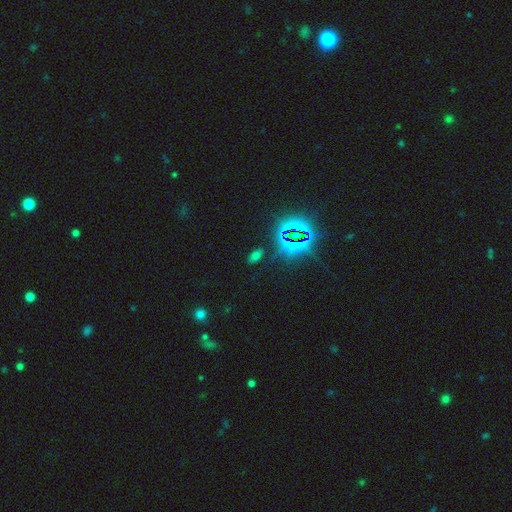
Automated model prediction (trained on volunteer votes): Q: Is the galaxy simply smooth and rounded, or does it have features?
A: smooth — 45%.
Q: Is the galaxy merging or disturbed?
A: none — 81%.